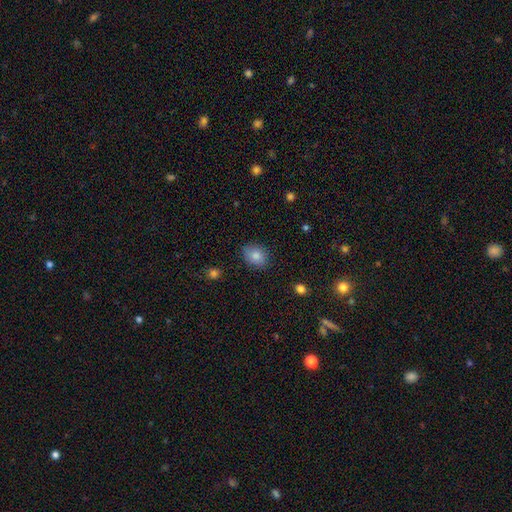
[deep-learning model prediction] Morphology: type=smooth (83%); roundness=in between (58%); merging=none (86%).